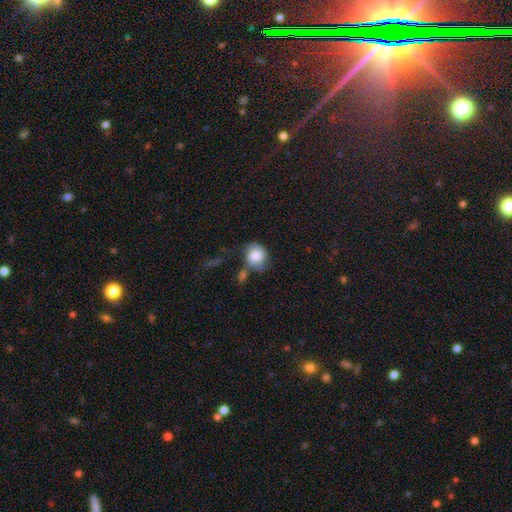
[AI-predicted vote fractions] smooth 78%, featured or disk 15%, star or artifact 8%. Down the decision tree: how rounded — round (79%); merging — none (42%).